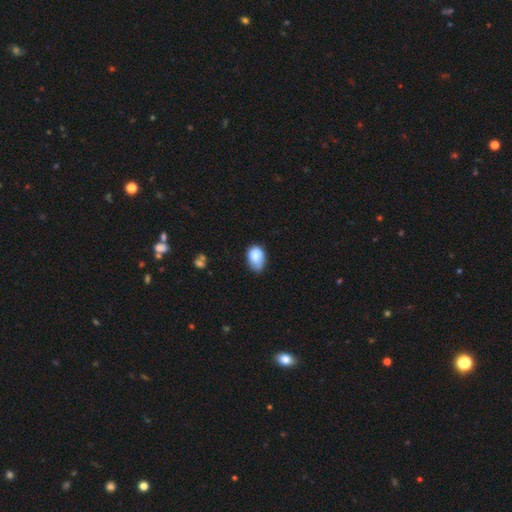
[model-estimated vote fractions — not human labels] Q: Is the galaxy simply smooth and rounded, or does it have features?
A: smooth — 82%.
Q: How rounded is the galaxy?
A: in between — 82%.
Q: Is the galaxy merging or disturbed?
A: minor disturbance — 46%.